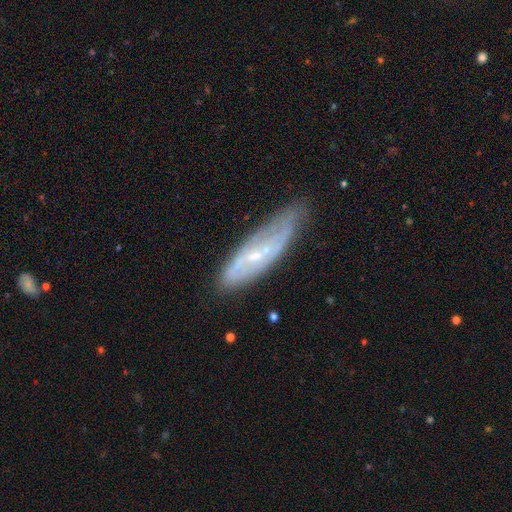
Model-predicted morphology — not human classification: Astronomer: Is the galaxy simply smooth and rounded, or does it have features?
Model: featured or disk — 69%.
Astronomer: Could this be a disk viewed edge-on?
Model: no — 73%.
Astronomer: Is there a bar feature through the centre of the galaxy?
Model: weak — 41% (runner-up: no, 37%).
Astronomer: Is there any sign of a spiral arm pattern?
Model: yes — 72%.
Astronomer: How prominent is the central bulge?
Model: small — 75%.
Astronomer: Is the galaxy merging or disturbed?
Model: none — 66%.